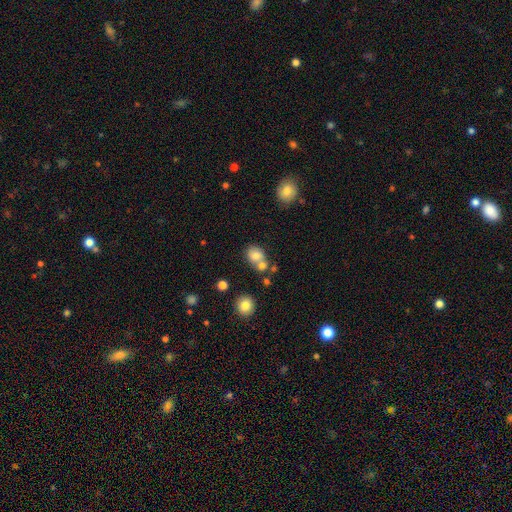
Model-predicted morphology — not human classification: Q: Smooth or featured?
A: smooth (75%); runner-up: featured or disk (13%)
Q: How rounded?
A: round (55%); runner-up: in between (44%)
Q: Merging?
A: none (43%); runner-up: merger (40%)